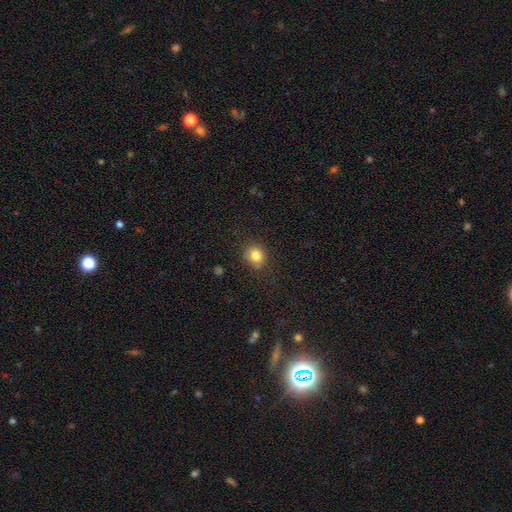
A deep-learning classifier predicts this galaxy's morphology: This appears to be a smooth galaxy with no disk features (83%) that is round (78%). Merging: none (81%).